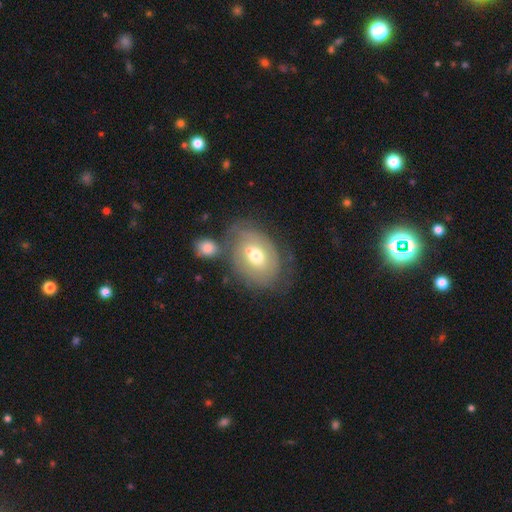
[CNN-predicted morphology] This appears to be a featured or disk galaxy (51%). Merging: none (45%).